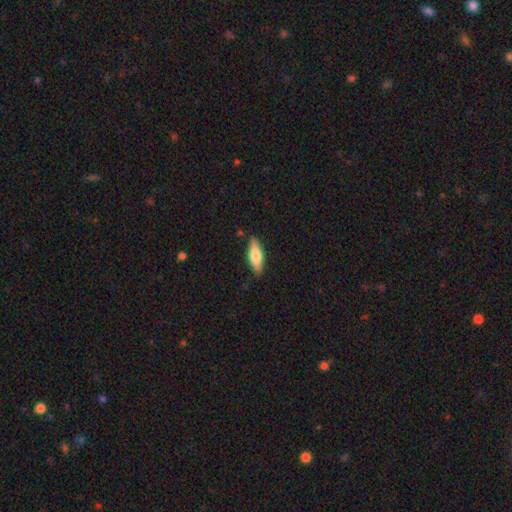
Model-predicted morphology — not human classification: type=smooth (64%); roundness=in between (52%); merging=none (85%).